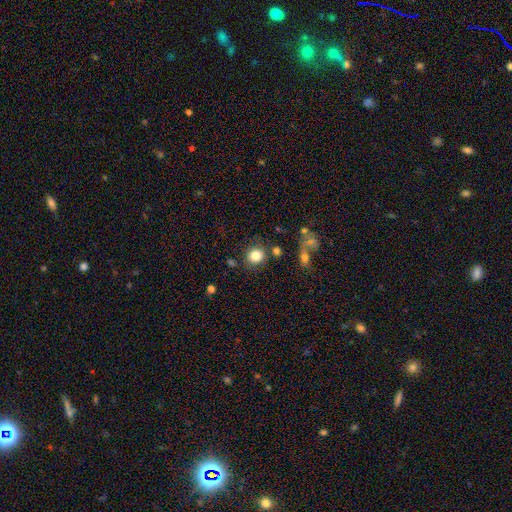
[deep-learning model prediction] smooth-or-featured: smooth: 83% | star or artifact: 10% | featured or disk: 7%
  how-rounded: round: 84% | in between: 15% | cigar-shaped: 1%
  merging: none: 80% | minor disturbance: 10% | merger: 6% | major disturbance: 4%